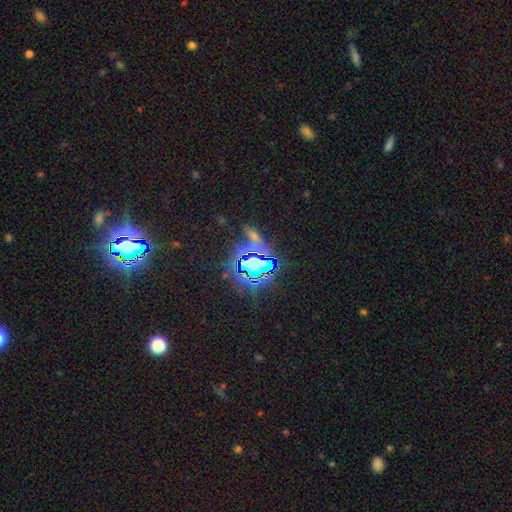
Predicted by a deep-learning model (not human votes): This appears to be a star or artifact, not a galaxy (81%).